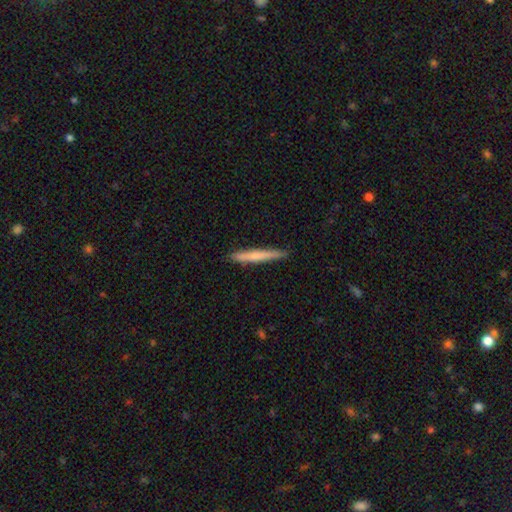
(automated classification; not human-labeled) Q: Smooth or featured?
A: smooth (61%); runner-up: featured or disk (34%)
Q: How rounded?
A: cigar-shaped (95%); runner-up: in between (3%)
Q: Merging?
A: none (89%); runner-up: minor disturbance (8%)